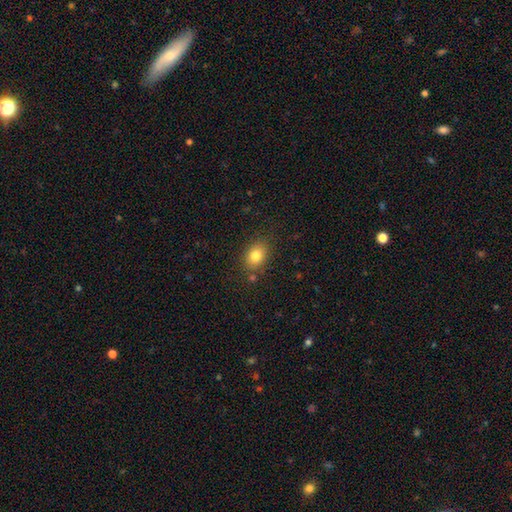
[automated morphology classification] smooth 81%, star or artifact 11%, featured or disk 9%. Down the decision tree: how rounded — in between (65%); merging — none (82%).